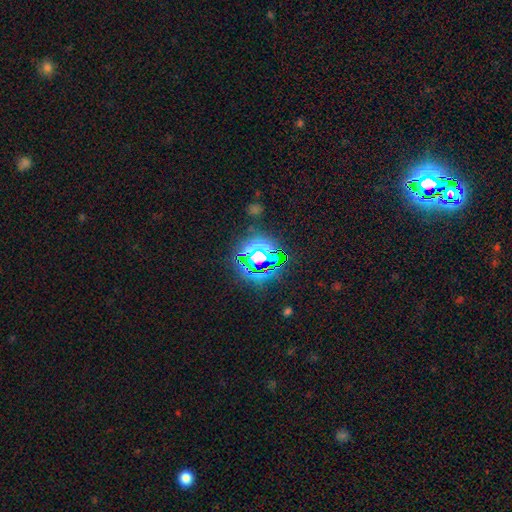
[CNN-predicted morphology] A star or artifact, not a galaxy (74%).

Vote fractions:
- Smooth or featured? star or artifact: 74% / smooth: 15% / featured or disk: 11%